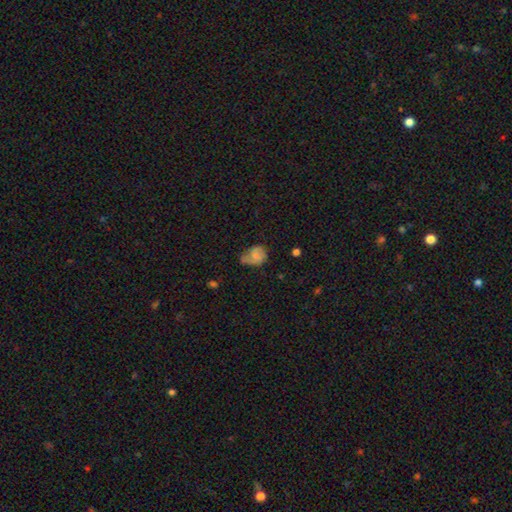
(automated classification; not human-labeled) Smooth or featured? Predicted: smooth (p=0.67). How rounded? Predicted: in between (p=0.52). Merging? Predicted: minor disturbance (p=0.39).